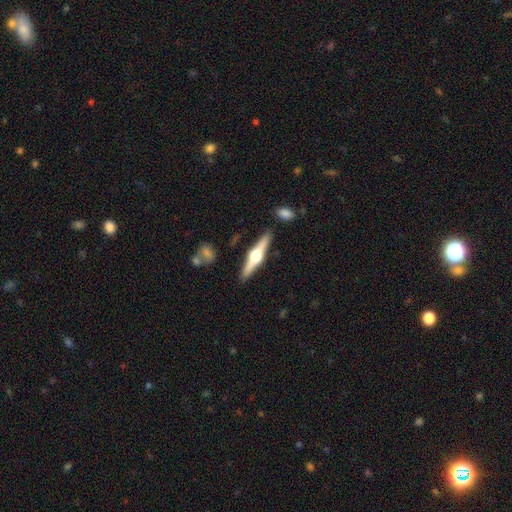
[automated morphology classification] smooth_or_featured: featured or disk (p=0.72) [alt: smooth p=0.22]
disk_edge_on: yes (p=0.98) [alt: no p=0.02]
edge_on_bulge: rounded (p=0.95) [alt: boxy p=0.03]
merging: none (p=0.88) [alt: minor disturbance p=0.08]